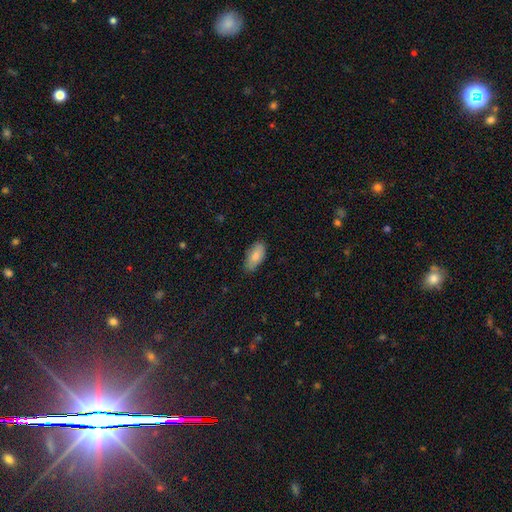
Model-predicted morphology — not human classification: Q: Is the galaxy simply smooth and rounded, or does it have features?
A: smooth — 84%.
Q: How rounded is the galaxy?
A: in between — 90%.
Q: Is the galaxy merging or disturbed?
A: none — 80%.